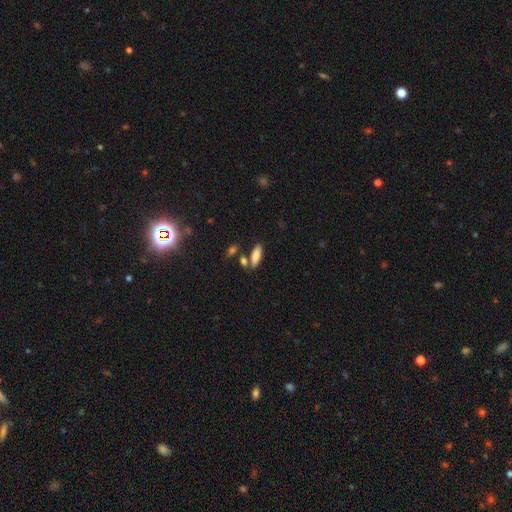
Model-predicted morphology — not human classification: smooth-or-featured: smooth: 83% | featured or disk: 10% | star or artifact: 7%
  how-rounded: in between: 60% | cigar-shaped: 38% | round: 2%
  merging: none: 71% | merger: 13% | minor disturbance: 12% | major disturbance: 4%